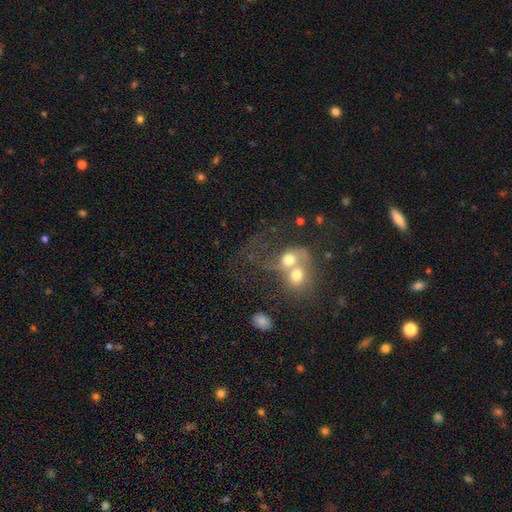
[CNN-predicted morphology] Smooth or featured: smooth — 41% (featured or disk — 37%)
Merging: merger — 69% (none — 15%)